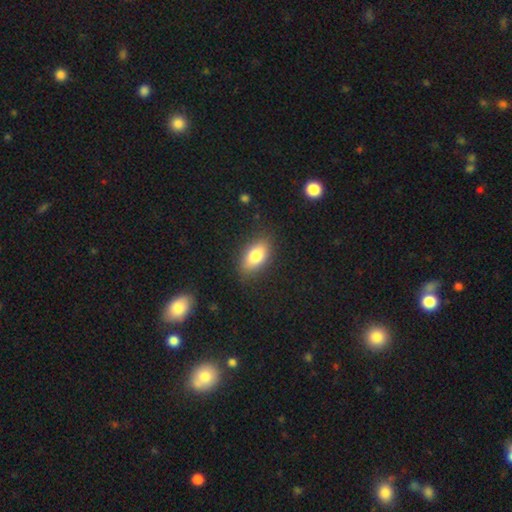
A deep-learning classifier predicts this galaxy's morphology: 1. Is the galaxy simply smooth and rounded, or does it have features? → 81% smooth, 12% featured or disk, 7% star or artifact.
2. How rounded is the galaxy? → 89% in between, 6% cigar-shaped, 5% round.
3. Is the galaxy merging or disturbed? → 84% none, 12% minor disturbance, 3% major disturbance, 1% merger.